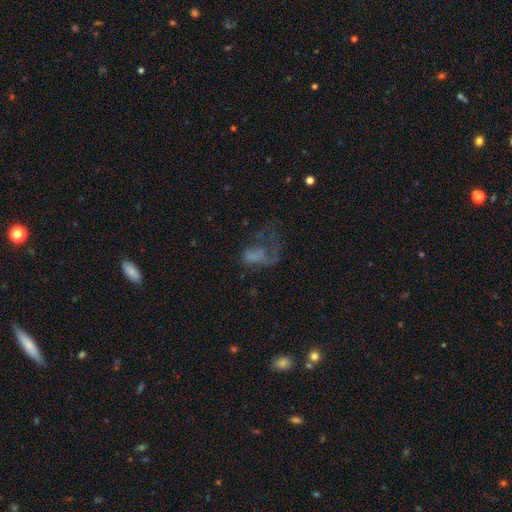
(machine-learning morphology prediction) A smooth galaxy with no disk features (42%).

Vote fractions:
- Smooth or featured? smooth: 42% / featured or disk: 40% / star or artifact: 18%
- Merging? major disturbance: 60% / none: 20% / minor disturbance: 13% / merger: 7%